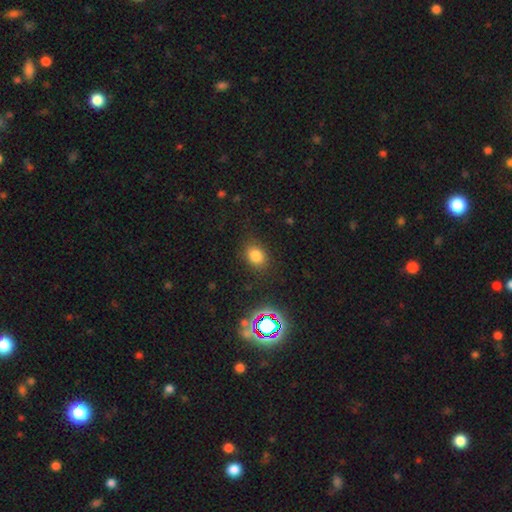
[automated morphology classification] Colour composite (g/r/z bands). It shows a smooth galaxy with no disk features (76%) that is in between round and cigar-shaped (51%). Merging: none (82%).